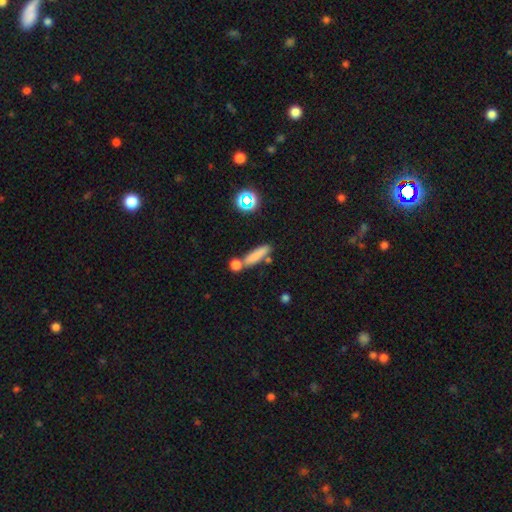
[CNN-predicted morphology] Smooth or featured? Predicted: smooth (p=0.76). How rounded? Predicted: cigar-shaped (p=0.72). Merging? Predicted: none (p=0.62).